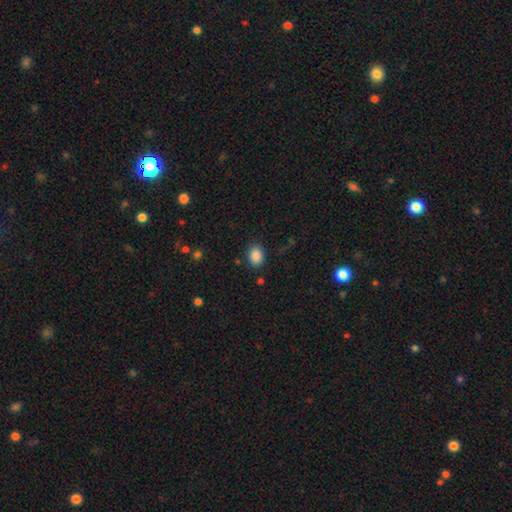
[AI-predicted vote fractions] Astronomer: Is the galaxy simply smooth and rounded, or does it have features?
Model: smooth — 88%.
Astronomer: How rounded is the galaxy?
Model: in between — 58% (runner-up: round, 41%).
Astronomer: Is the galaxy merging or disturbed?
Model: none — 85%.